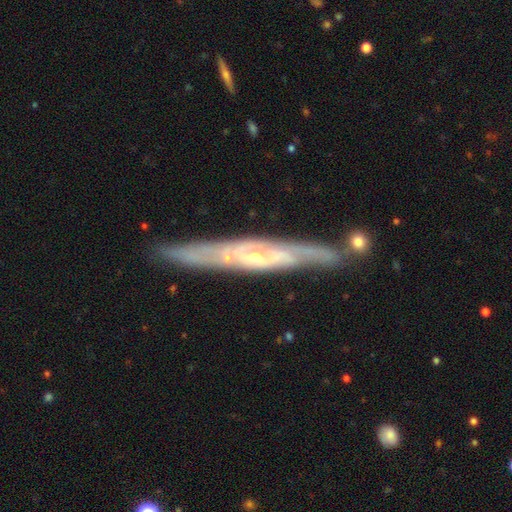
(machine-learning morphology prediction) smooth_or_featured: featured or disk (p=0.80) [alt: smooth p=0.14]
disk_edge_on: yes (p=0.72) [alt: no p=0.28]
edge_on_bulge: none (p=0.47) [tied with: rounded p=0.47]
merging: none (p=0.77) [alt: minor disturbance p=0.14]